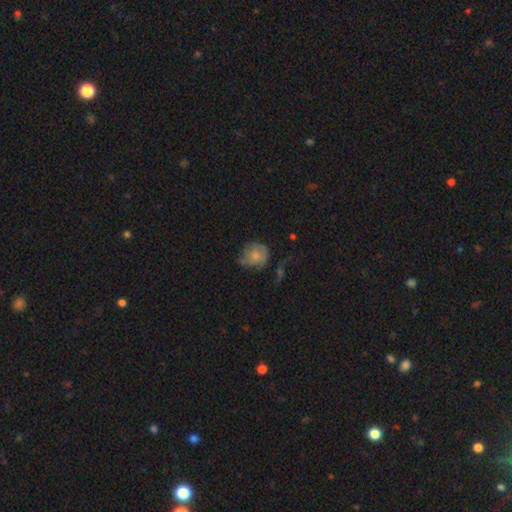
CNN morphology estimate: This is possibly a smooth galaxy (56%). How rounded: likely round (72%). Merging: marginally none (45%).